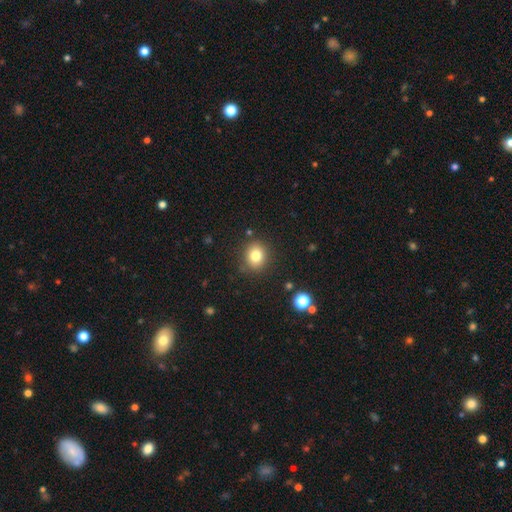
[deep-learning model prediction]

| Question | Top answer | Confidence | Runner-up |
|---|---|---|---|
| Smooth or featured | smooth | 80% | star or artifact (12%) |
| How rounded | round | 74% | in between (25%) |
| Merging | none | 86% | minor disturbance (9%) |